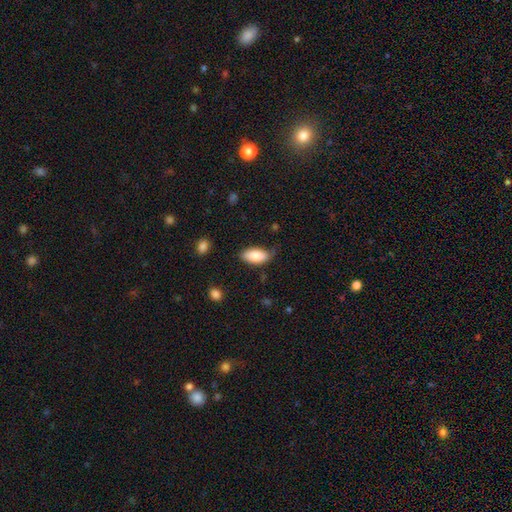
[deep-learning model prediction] Overall: smooth (85%). How rounded: in between (93%). Merging: none (71%).